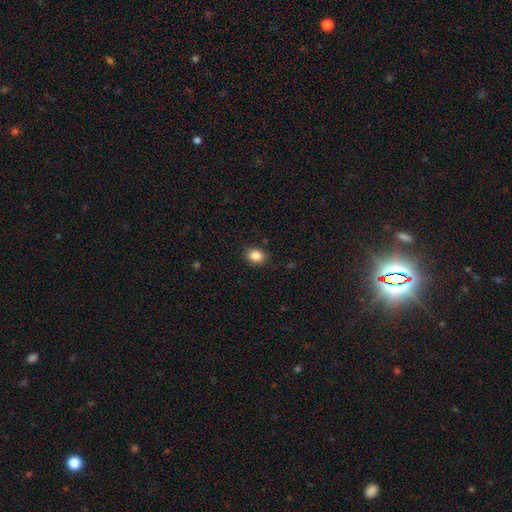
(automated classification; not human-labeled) Q: Smooth or featured?
A: smooth (86%); runner-up: star or artifact (9%)
Q: How rounded?
A: in between (61%); runner-up: round (38%)
Q: Merging?
A: none (88%); runner-up: minor disturbance (9%)